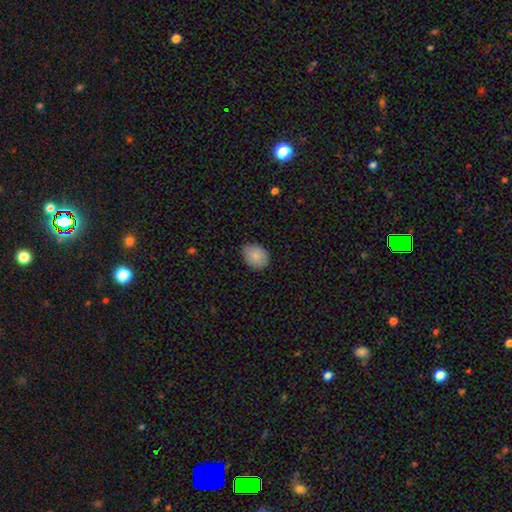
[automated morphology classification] A smooth galaxy with no disk features (87%) that is in between round and cigar-shaped (65%).

Vote fractions:
- Smooth or featured? smooth: 87% / star or artifact: 7% / featured or disk: 6%
- How rounded? in between: 65% / round: 34% / cigar-shaped: 1%
- Merging? none: 80% / minor disturbance: 17% / major disturbance: 3% / merger: 1%